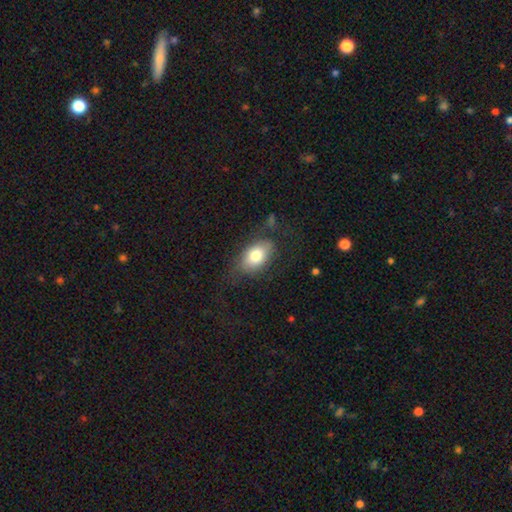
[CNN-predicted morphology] Q: Smooth or featured?
A: smooth (76%); runner-up: featured or disk (17%)
Q: How rounded?
A: in between (90%); runner-up: round (8%)
Q: Merging?
A: none (68%); runner-up: minor disturbance (19%)